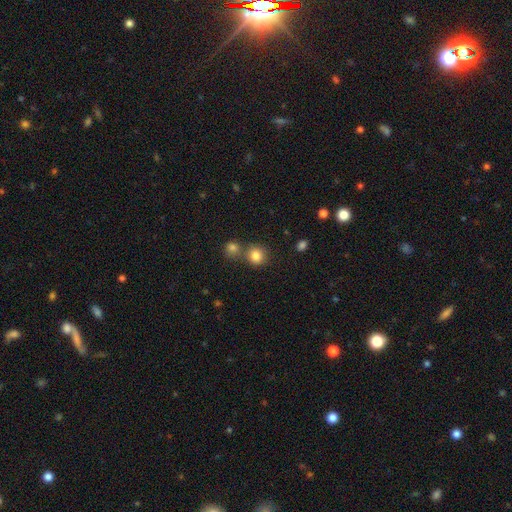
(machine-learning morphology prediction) Smooth or featured: smooth — 83% (star or artifact — 11%)
How rounded: round — 87% (in between — 12%)
Merging: none — 62% (merger — 27%)